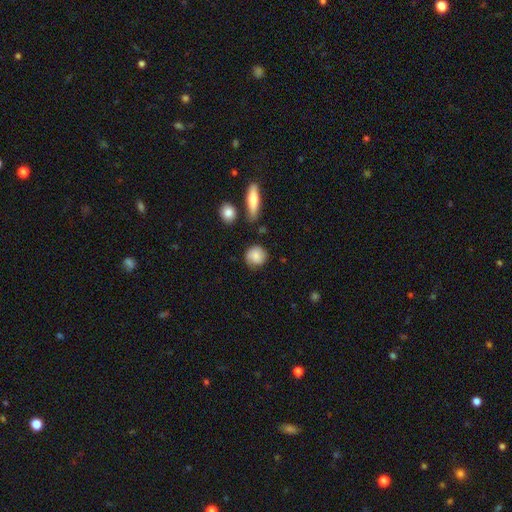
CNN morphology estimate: A smooth galaxy with no disk features (80%) that is round (85%).

Vote fractions:
- Smooth or featured? smooth: 80% / featured or disk: 13% / star or artifact: 7%
- How rounded? round: 85% / in between: 14% / cigar-shaped: 2%
- Merging? none: 75% / minor disturbance: 17% / major disturbance: 4% / merger: 3%